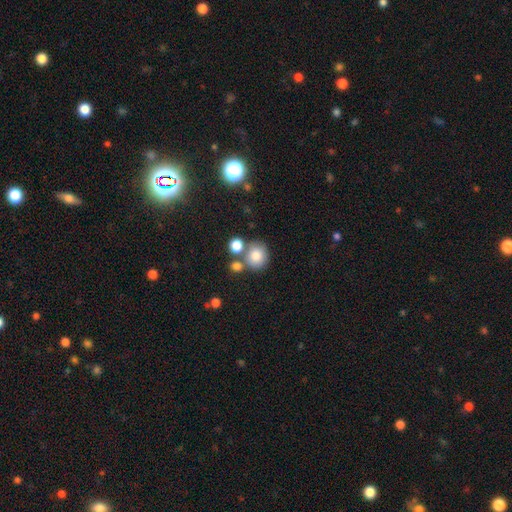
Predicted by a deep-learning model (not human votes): Smooth or featured: smooth — 80% (star or artifact — 10%)
How rounded: round — 80% (in between — 19%)
Merging: none — 60% (merger — 24%)